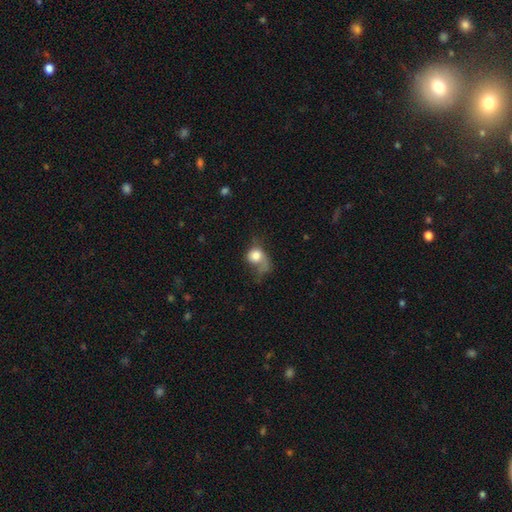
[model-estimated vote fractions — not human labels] A smooth galaxy with no disk features (68%) that is round (62%).

Vote fractions:
- Smooth or featured? smooth: 68% / featured or disk: 22% / star or artifact: 9%
- How rounded? round: 62% / in between: 37% / cigar-shaped: 1%
- Merging? major disturbance: 49% / none: 22% / minor disturbance: 21% / merger: 8%